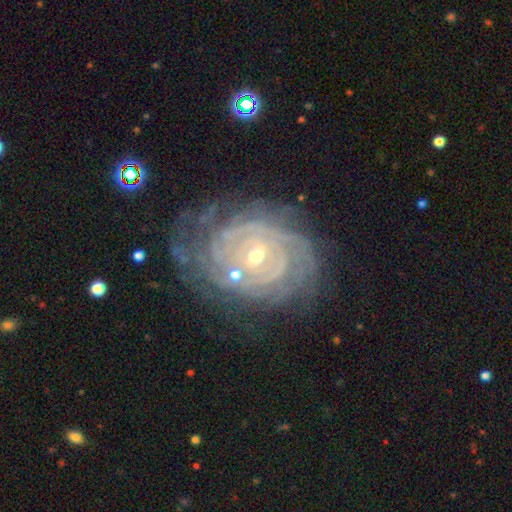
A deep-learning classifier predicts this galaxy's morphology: This appears to be a featured or disk galaxy (89%) with no bar (49%), tight (85%) spiral arms (97%) and a small central bulge (65%). Merging: none (68%).